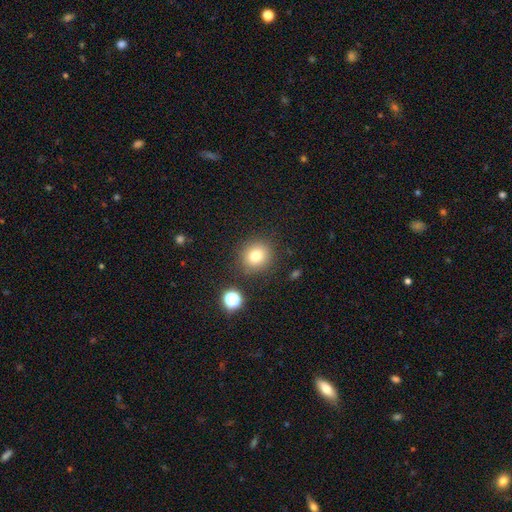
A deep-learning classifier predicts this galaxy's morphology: type=smooth (78%); roundness=round (87%); merging=none (85%).